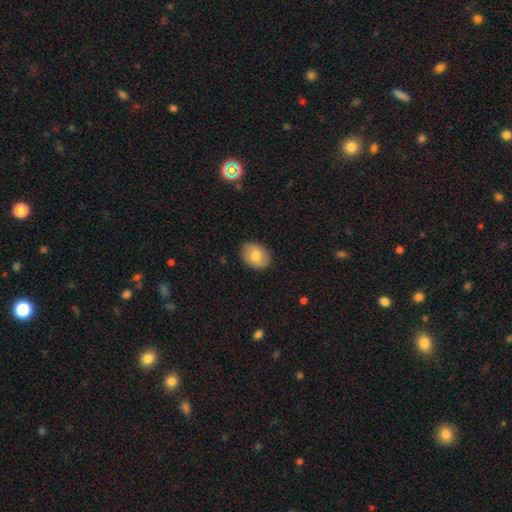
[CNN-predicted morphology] Smooth or featured? Predicted: smooth (p=0.75). How rounded? Predicted: in between (p=0.78). Merging? Predicted: none (p=0.87).